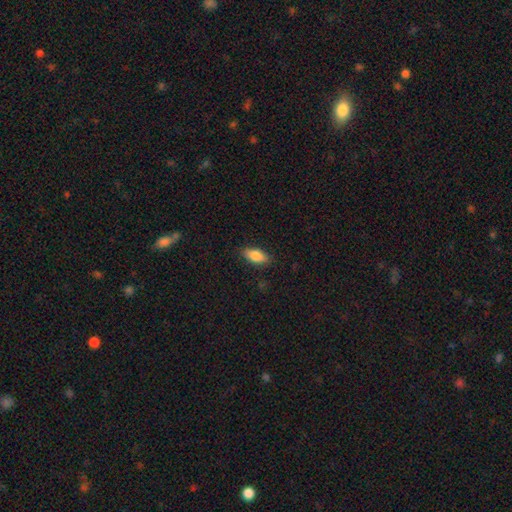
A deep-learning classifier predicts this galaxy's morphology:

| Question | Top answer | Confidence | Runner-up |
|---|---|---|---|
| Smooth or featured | smooth | 85% | featured or disk (9%) |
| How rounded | in between | 85% | cigar-shaped (12%) |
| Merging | none | 86% | minor disturbance (11%) |